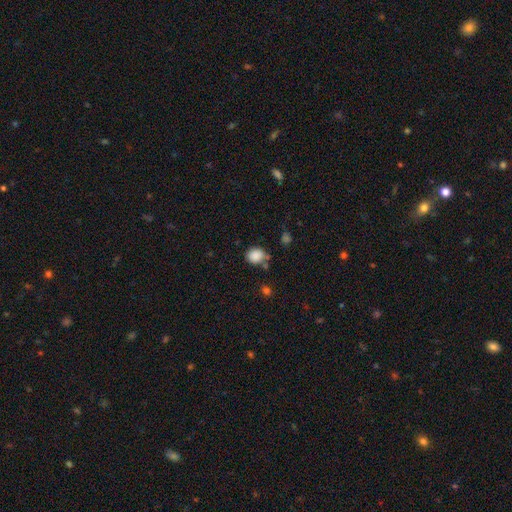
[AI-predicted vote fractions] Smooth or featured: smooth — 87% (star or artifact — 9%)
How rounded: round — 57% (in between — 42%)
Merging: none — 65% (minor disturbance — 21%)